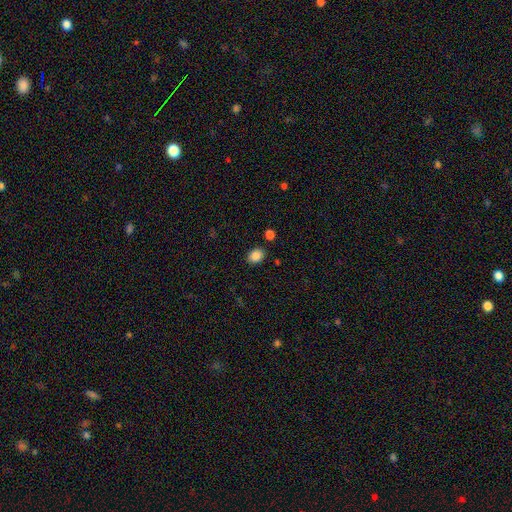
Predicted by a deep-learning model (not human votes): Smooth or featured? smooth (87%)
How rounded? in between (63%)
Merging? none (85%)